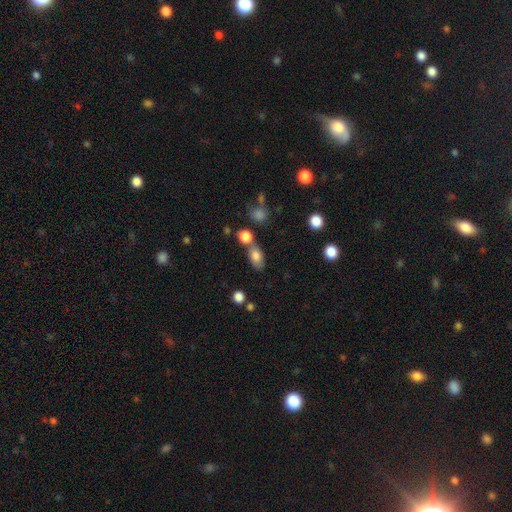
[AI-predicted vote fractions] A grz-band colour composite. It shows a smooth galaxy with no disk features (80%) that is in between round and cigar-shaped (82%). Merging: none (53%).